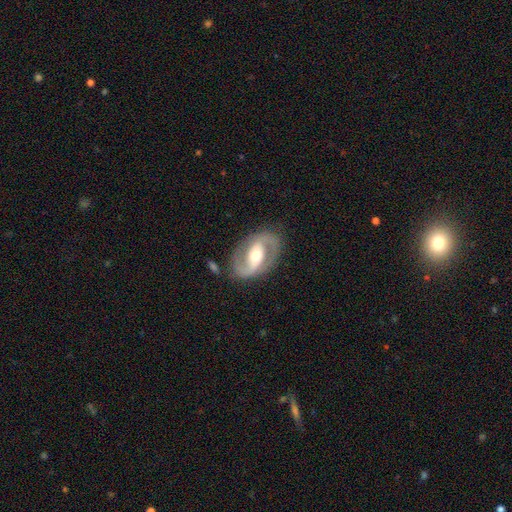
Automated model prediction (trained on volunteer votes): Morphology: type=featured or disk (87%); edge-on=no (97%); bar=weak (38%); spiral arms=yes (91%); winding=medium (54%); arm count=2 (92%); bulge=moderate (71%); merging=none (82%).